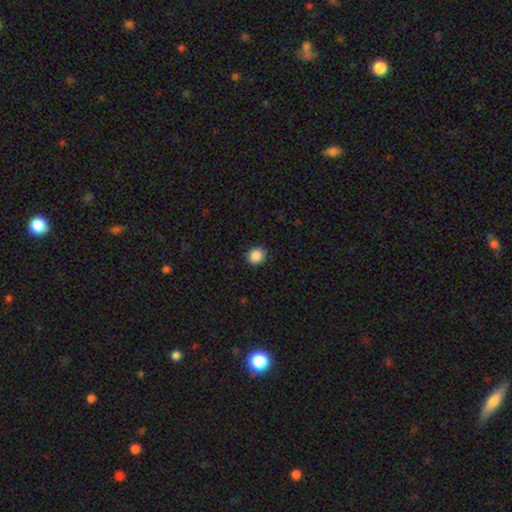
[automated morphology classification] A smooth galaxy with no disk features (88%) that is round (71%).

Vote fractions:
- Smooth or featured? smooth: 88% / star or artifact: 9% / featured or disk: 4%
- How rounded? round: 71% / in between: 28% / cigar-shaped: 1%
- Merging? none: 89% / minor disturbance: 8% / major disturbance: 2% / merger: 1%